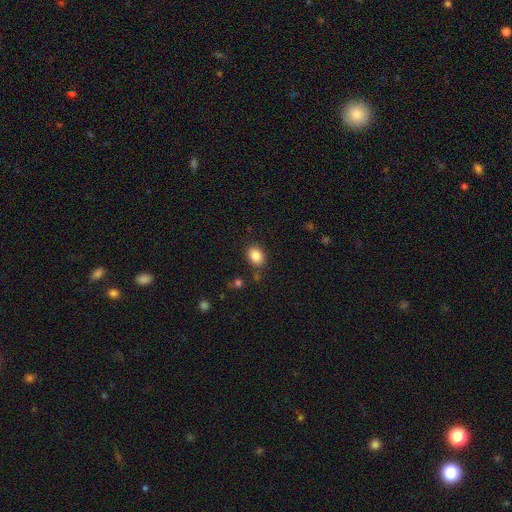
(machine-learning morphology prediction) Smooth or featured: smooth — 86% (star or artifact — 9%)
How rounded: in between — 67% (round — 32%)
Merging: none — 82% (minor disturbance — 11%)